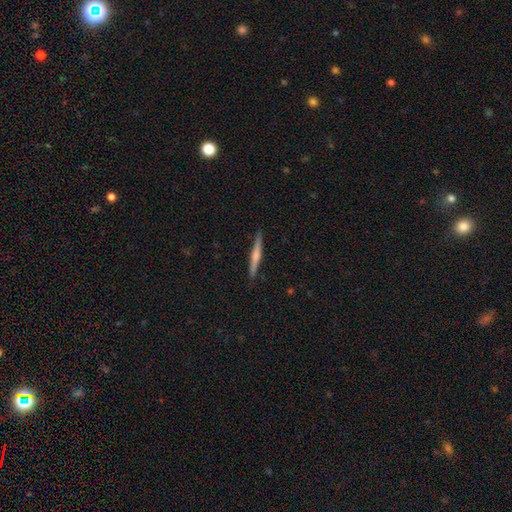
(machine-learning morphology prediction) The model was most divided on "smooth or featured": featured or disk: 53%, smooth: 42%, star or artifact: 6%. More confident: edge-on disk — yes (98%); merging — none (89%); edge-on bulge — rounded (59%).